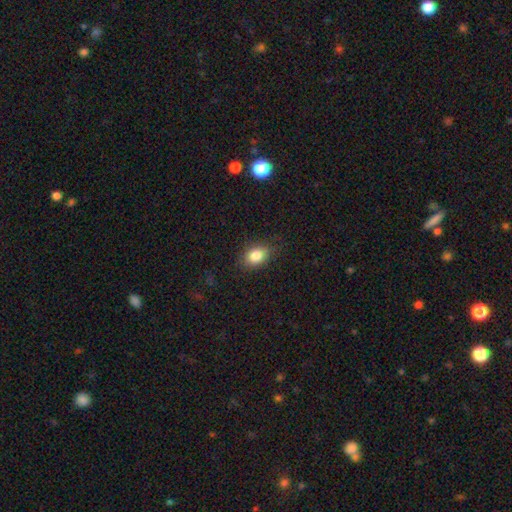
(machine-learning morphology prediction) Smooth or featured? Predicted: smooth (p=0.83). How rounded? Predicted: in between (p=0.76). Merging? Predicted: none (p=0.83).